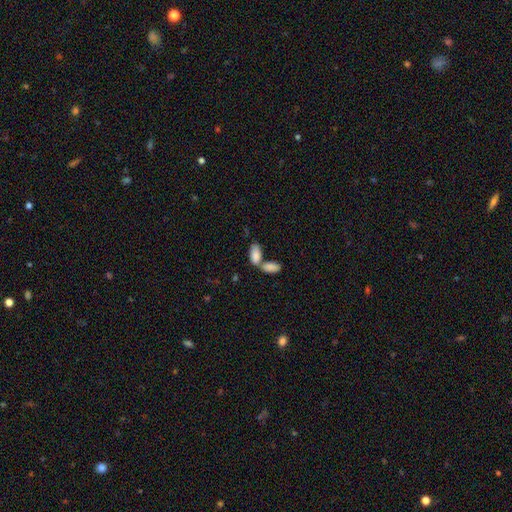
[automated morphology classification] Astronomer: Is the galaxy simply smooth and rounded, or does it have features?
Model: smooth — 86%.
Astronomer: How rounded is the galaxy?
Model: in between — 92%.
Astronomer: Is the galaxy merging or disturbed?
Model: merger — 56% (runner-up: none, 31%).